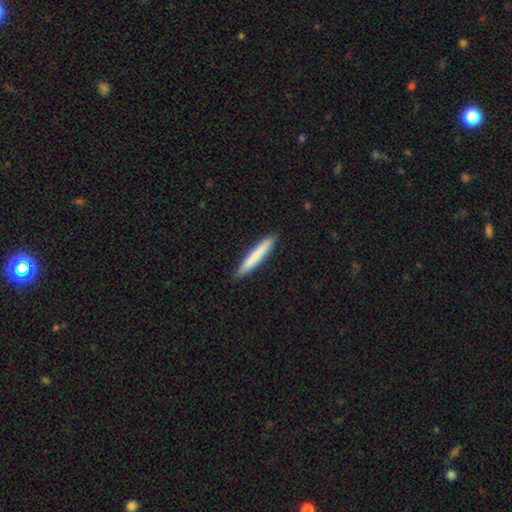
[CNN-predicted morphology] The model was most divided on "smooth or featured": smooth: 75%, featured or disk: 20%, star or artifact: 5%. More confident: how rounded — cigar-shaped (95%); merging — none (91%).